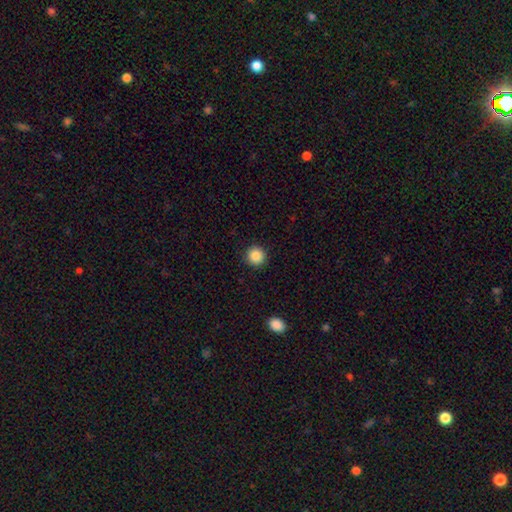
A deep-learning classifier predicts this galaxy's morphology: Smooth or featured? Predicted: smooth (p=0.87). How rounded? Predicted: round (p=0.95). Merging? Predicted: none (p=0.91).